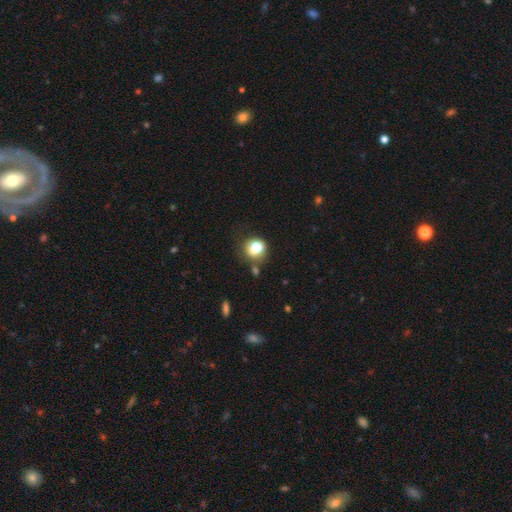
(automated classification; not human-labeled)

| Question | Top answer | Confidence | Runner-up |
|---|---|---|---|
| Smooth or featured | smooth | 75% | star or artifact (16%) |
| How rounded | round | 77% | in between (22%) |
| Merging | none | 70% | minor disturbance (16%) |